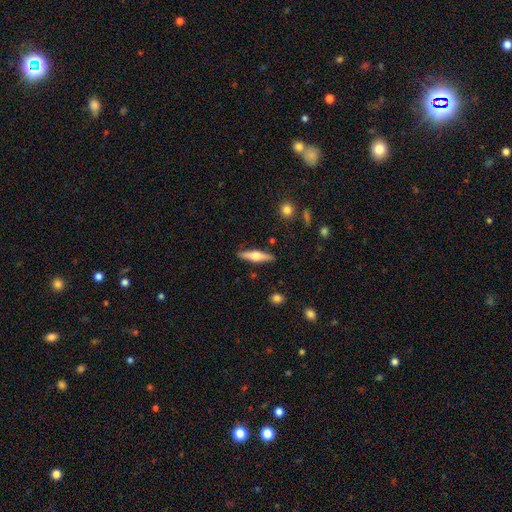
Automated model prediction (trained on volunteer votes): Smooth or featured?
  - featured or disk: 55% *
  - smooth: 40%
  - star or artifact: 6%
Edge-on disk?
  - yes: 96% *
  - no: 4%
Edge-on bulge?
  - rounded: 91% *
  - boxy: 6%
  - none: 3%
Merging?
  - none: 88% *
  - minor disturbance: 8%
  - major disturbance: 2%
  - merger: 2%